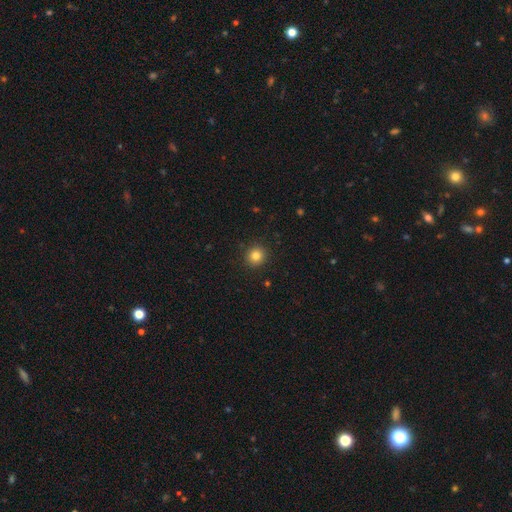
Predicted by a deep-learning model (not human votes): Smooth or featured: smooth — 82% (star or artifact — 12%)
How rounded: round — 92% (in between — 7%)
Merging: none — 92% (minor disturbance — 5%)